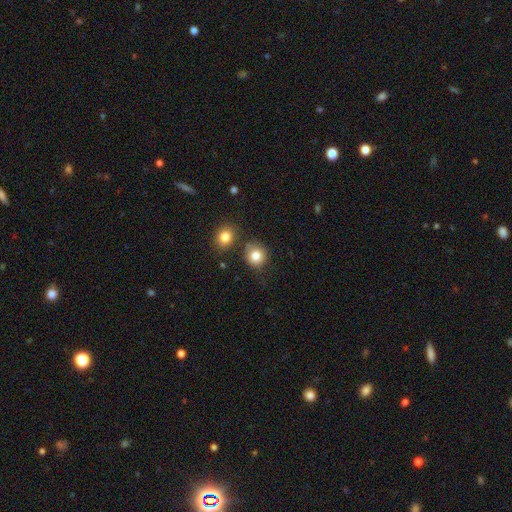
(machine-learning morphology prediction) Smooth or featured? smooth (82%)
How rounded? round (85%)
Merging? none (72%)